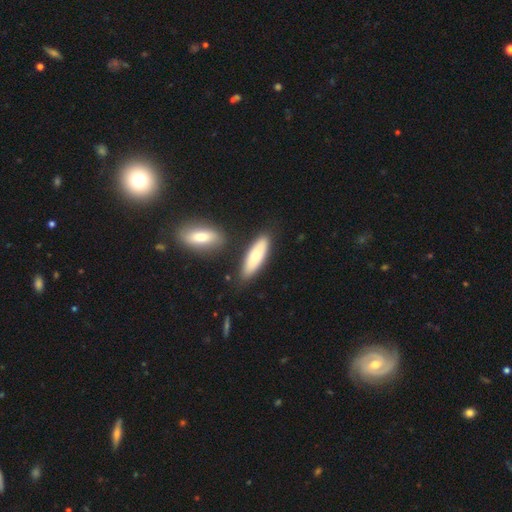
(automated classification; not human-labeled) Smooth or featured?
  - smooth: 77% *
  - featured or disk: 18%
  - star or artifact: 5%
How rounded?
  - cigar-shaped: 50% *
  - in between: 48%
  - round: 2%
Merging?
  - none: 79% *
  - minor disturbance: 12%
  - merger: 7%
  - major disturbance: 3%